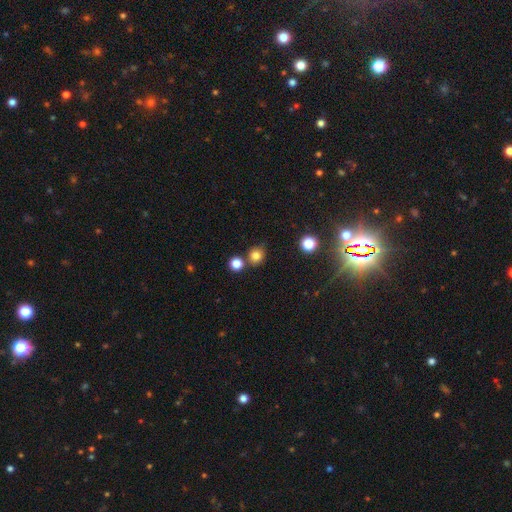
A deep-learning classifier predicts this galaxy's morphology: This appears to be a smooth galaxy with no disk features (80%) that is round (84%). Merging: none (71%).